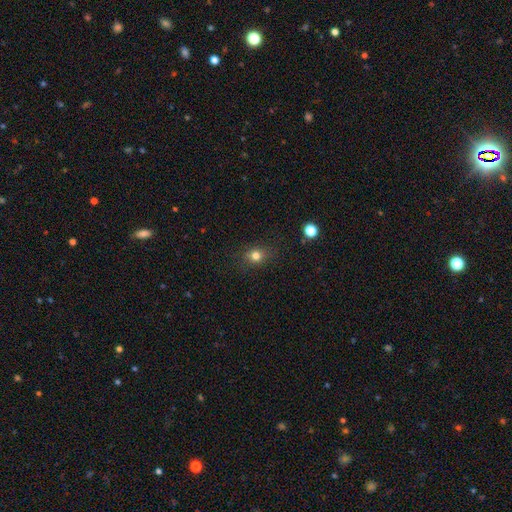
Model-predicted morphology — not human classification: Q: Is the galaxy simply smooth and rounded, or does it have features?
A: smooth — 79%.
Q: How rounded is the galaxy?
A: round — 66%.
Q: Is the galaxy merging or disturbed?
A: none — 84%.